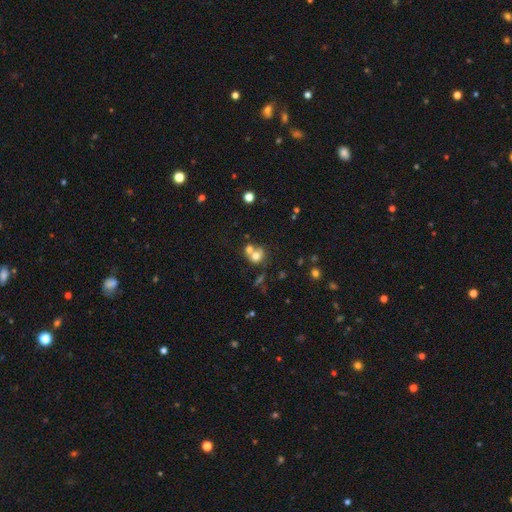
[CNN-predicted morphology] smooth_or_featured: smooth (p=0.68) [alt: featured or disk p=0.18]
how_rounded: round (p=0.74) [alt: in between p=0.25]
merging: merger (p=0.55) [alt: none p=0.33]